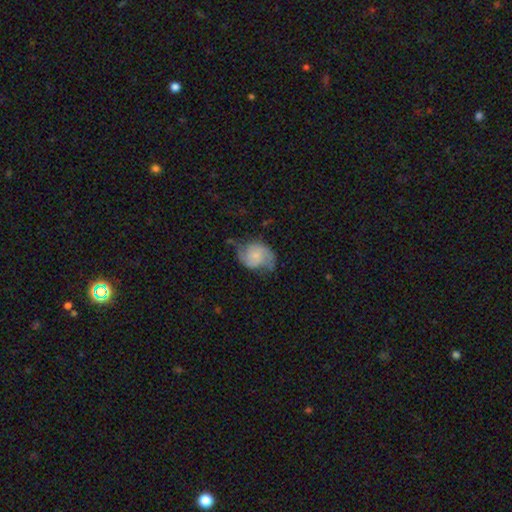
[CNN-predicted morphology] A featured or disk galaxy (65%) with no bar (68%), 2 (88%) medium (46%) spiral arms (92%) and a small central bulge (46%). Merging: none (56%).